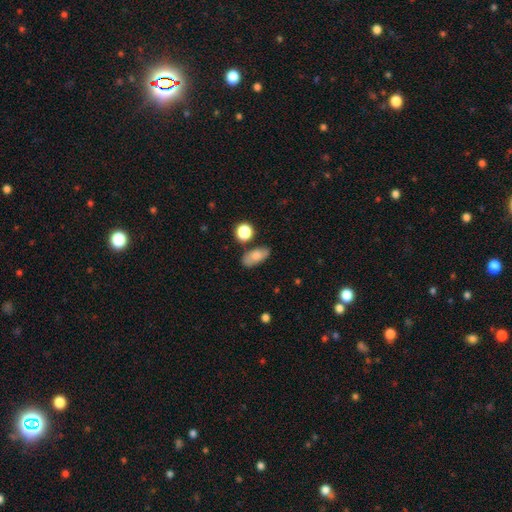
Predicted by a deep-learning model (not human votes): smooth 74%, featured or disk 17%, star or artifact 9%. Down the decision tree: how rounded — in between (85%); merging — none (72%).